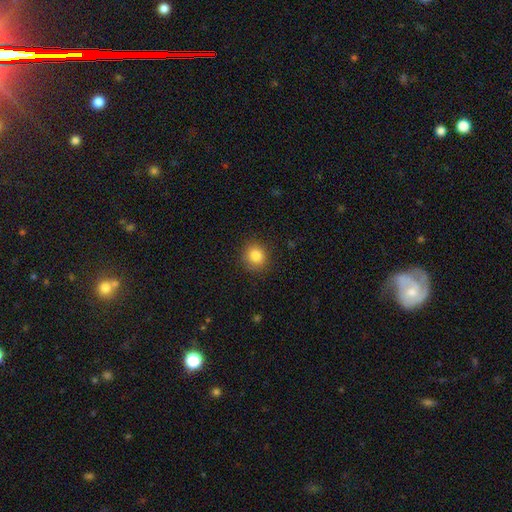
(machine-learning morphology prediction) type=smooth (85%); roundness=round (83%); merging=none (86%).